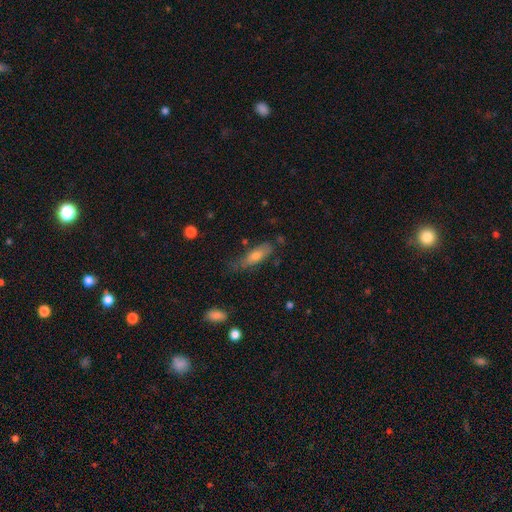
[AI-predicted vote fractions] This appears to be a smooth galaxy with no disk features (64%) that is cigar-shaped (51%). Merging: none (56%).